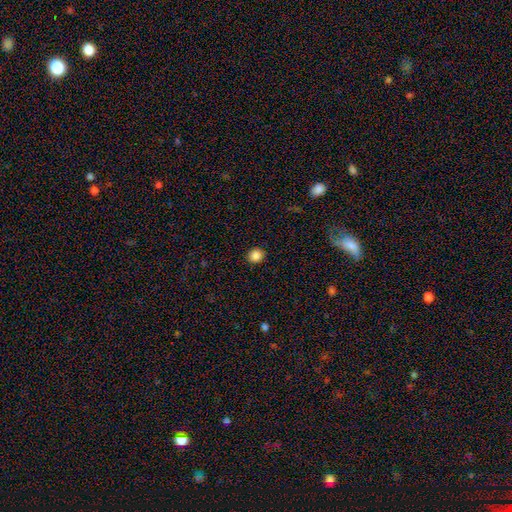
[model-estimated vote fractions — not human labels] Overall: smooth (87%). How rounded: round (78%). Merging: none (91%).